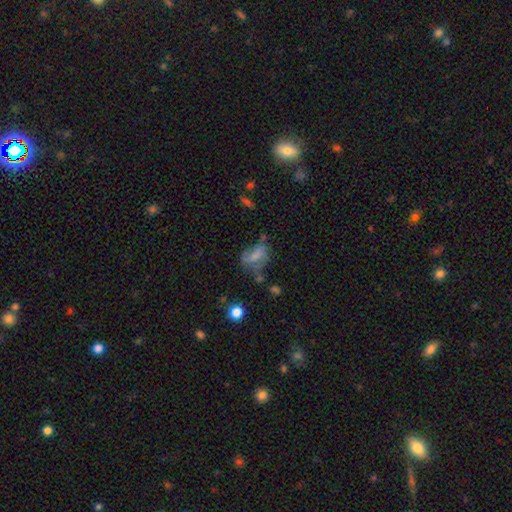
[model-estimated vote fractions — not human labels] The model was most divided on "merging": none: 33%, major disturbance: 30%, minor disturbance: 26%, merger: 10%. More confident: how rounded — in between (77%); smooth or featured — smooth (55%).